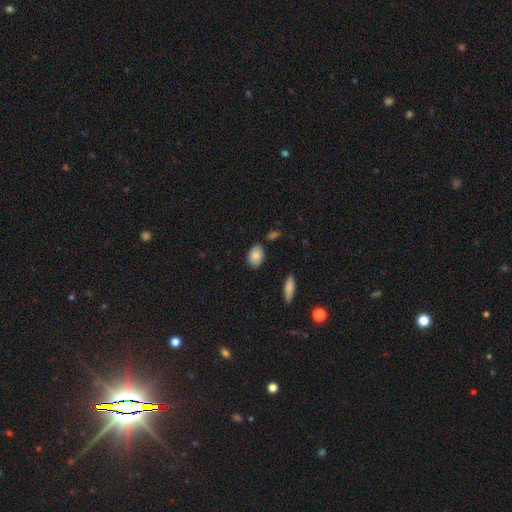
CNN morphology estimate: type=smooth (84%); roundness=in between (88%); merging=none (81%).